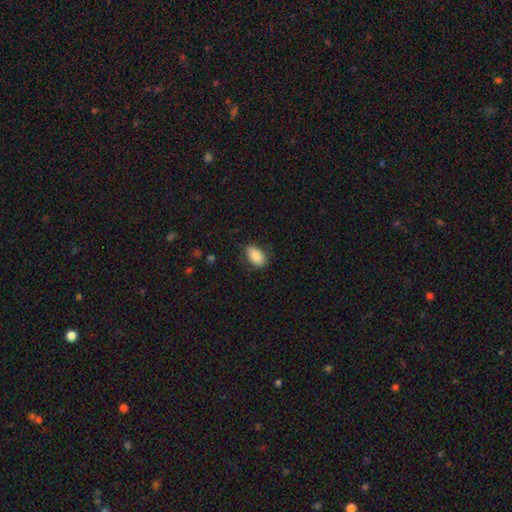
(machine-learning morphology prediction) Q: Smooth or featured?
A: smooth (85%); runner-up: featured or disk (8%)
Q: How rounded?
A: in between (90%); runner-up: round (8%)
Q: Merging?
A: none (78%); runner-up: minor disturbance (17%)